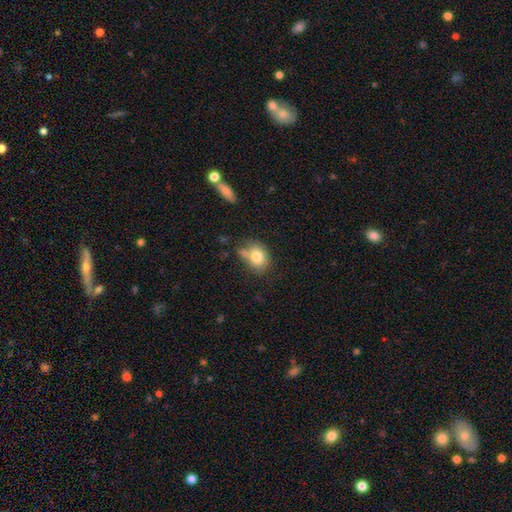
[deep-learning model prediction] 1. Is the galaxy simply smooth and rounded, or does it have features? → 76% smooth, 14% featured or disk, 10% star or artifact.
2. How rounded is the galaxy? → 51% in between, 48% round, 1% cigar-shaped.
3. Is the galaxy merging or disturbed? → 49% none, 28% minor disturbance, 12% merger, 10% major disturbance.